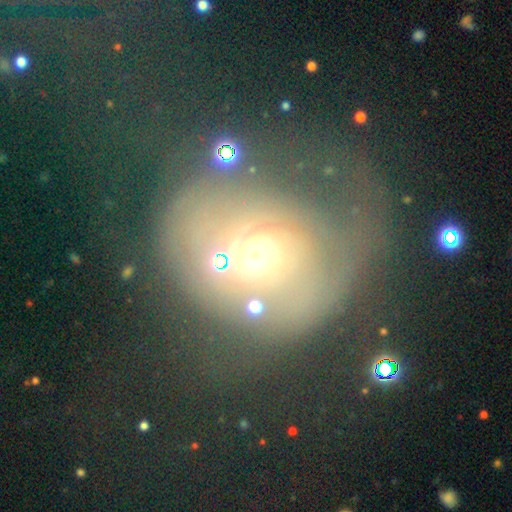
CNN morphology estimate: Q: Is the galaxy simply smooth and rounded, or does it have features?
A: featured or disk — 63%.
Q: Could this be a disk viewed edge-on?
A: no — 96%.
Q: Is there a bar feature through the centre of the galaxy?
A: no — 79%.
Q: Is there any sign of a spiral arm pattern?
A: yes — 72%.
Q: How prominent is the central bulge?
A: moderate — 59%.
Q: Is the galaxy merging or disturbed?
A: none — 39%.